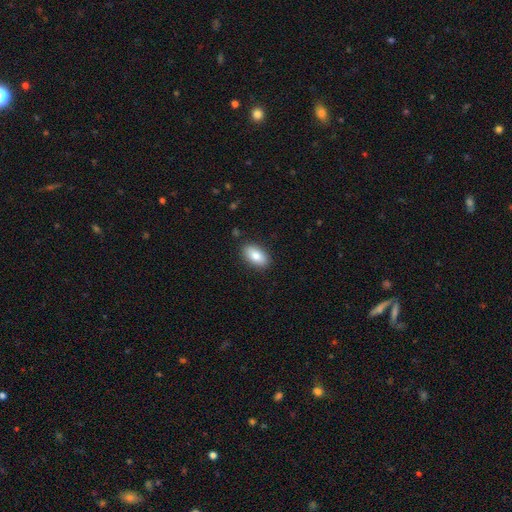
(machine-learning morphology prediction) Q: Smooth or featured?
A: smooth (83%); runner-up: featured or disk (10%)
Q: How rounded?
A: in between (92%); runner-up: round (4%)
Q: Merging?
A: none (88%); runner-up: minor disturbance (9%)